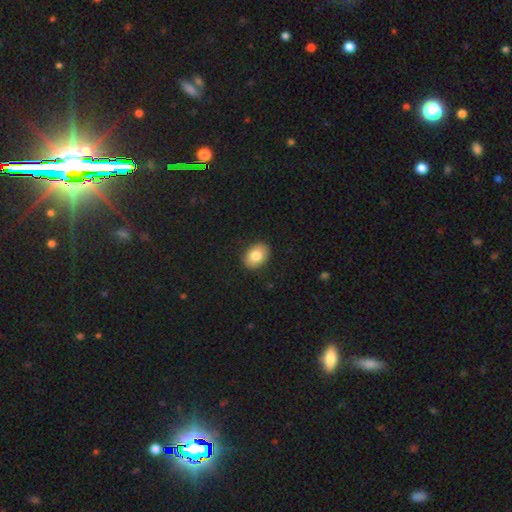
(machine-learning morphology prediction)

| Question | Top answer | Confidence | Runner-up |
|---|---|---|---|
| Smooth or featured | smooth | 83% | featured or disk (10%) |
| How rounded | in between | 74% | round (25%) |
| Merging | none | 89% | minor disturbance (8%) |